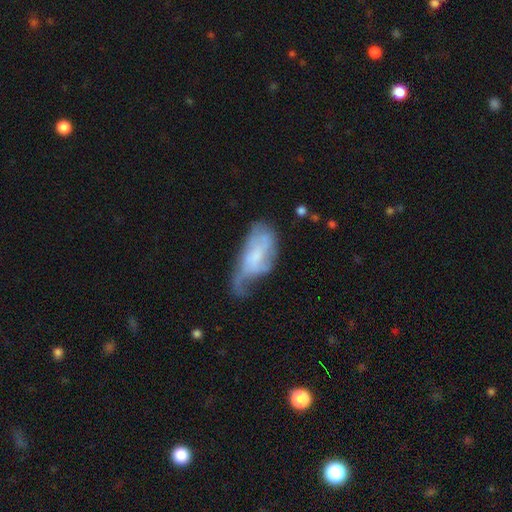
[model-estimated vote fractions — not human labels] Smooth or featured? featured or disk (55%)
Edge-on disk? no (92%)
Bar? no (66%)
Spiral arms? yes (64%)
Bulge size? none (36%)
Merging? major disturbance (39%)